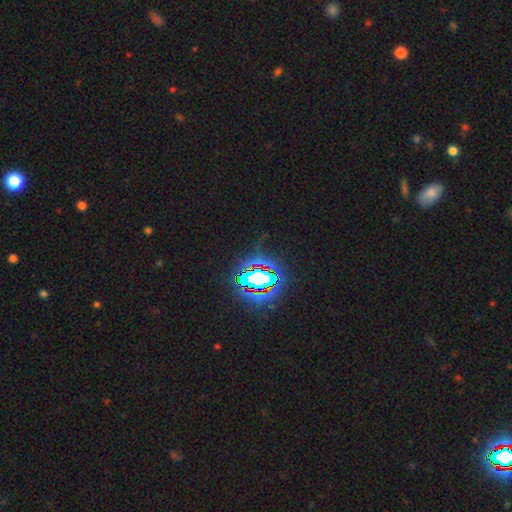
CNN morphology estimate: Smooth or featured: star or artifact — 82% (smooth — 10%)